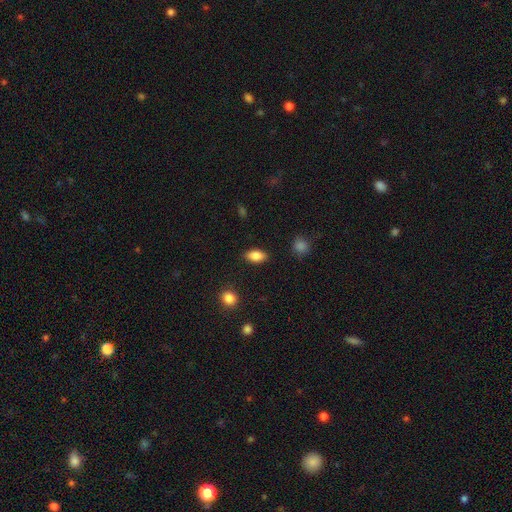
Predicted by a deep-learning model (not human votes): Morphology: type=smooth (86%); roundness=in between (90%); merging=none (87%).